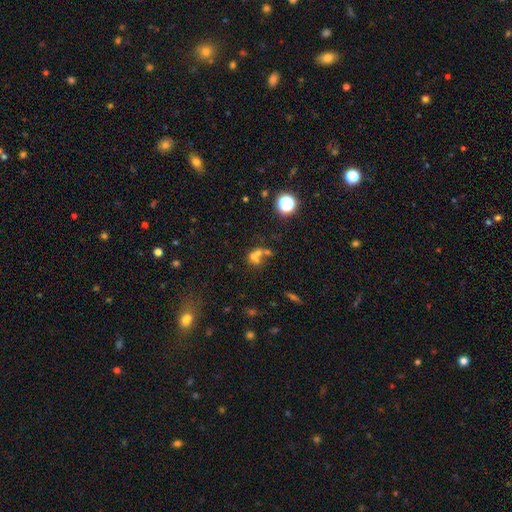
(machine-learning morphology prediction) This appears to be a smooth galaxy with no disk features (49%). Merging: merger (54%).